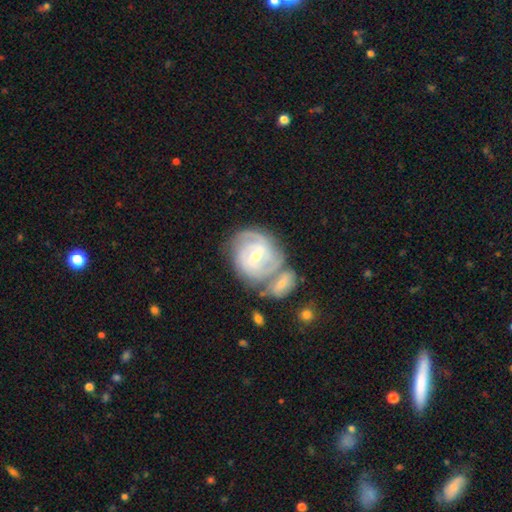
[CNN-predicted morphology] featured or disk 84%, smooth 11%, star or artifact 5%. Down the decision tree: edge-on disk — no (97%); bar — weak (56%); spiral arms — yes (95%); spiral arm count — 2 (31%); spiral winding — tight (66%); bulge size — small (52%); merging — none (43%).